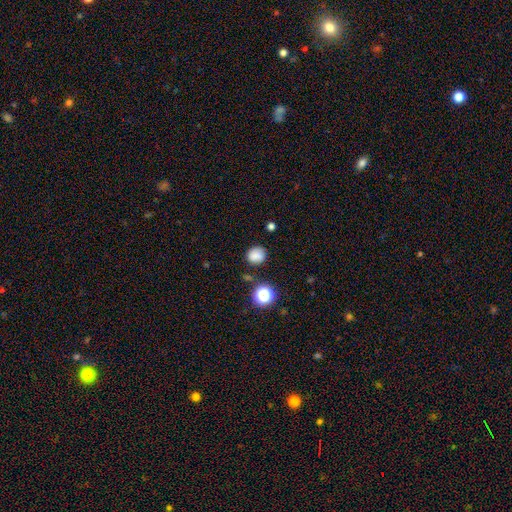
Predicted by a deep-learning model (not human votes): A smooth galaxy with no disk features (79%) that is round (74%). Merging: none (75%).